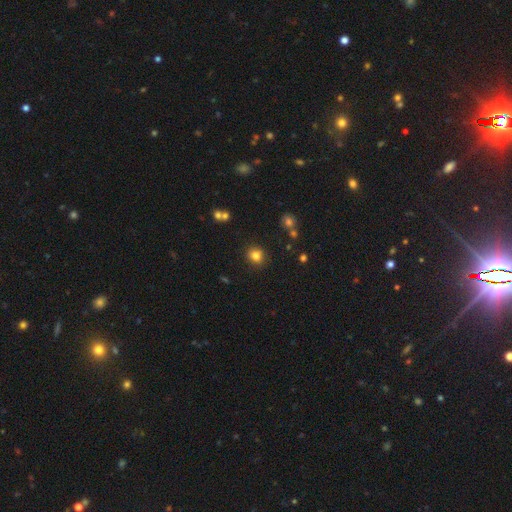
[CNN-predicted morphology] This is clearly a smooth galaxy (81%). How rounded: clearly round (84%). Merging: clearly none (87%).